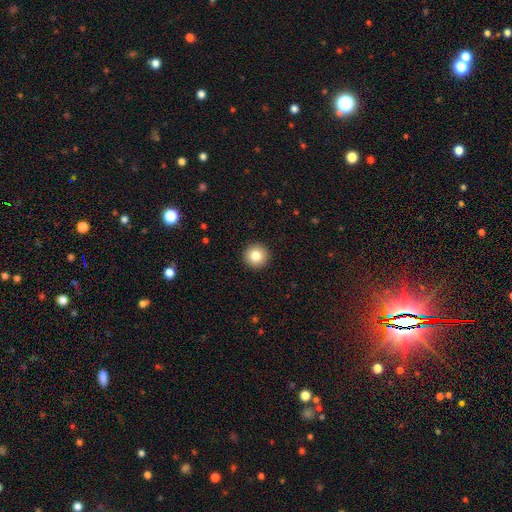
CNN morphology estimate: smooth_or_featured: smooth (p=0.82) [alt: star or artifact p=0.10]
how_rounded: round (p=0.96) [alt: in between p=0.03]
merging: none (p=0.93) [alt: minor disturbance p=0.04]